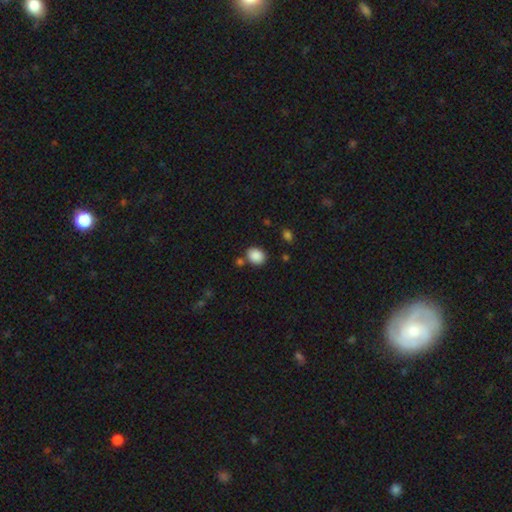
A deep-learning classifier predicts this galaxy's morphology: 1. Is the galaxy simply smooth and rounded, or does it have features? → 88% smooth, 9% star or artifact, 4% featured or disk.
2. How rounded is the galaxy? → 50% round, 49% in between, 1% cigar-shaped.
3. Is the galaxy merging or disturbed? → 77% none, 12% minor disturbance, 8% merger, 4% major disturbance.